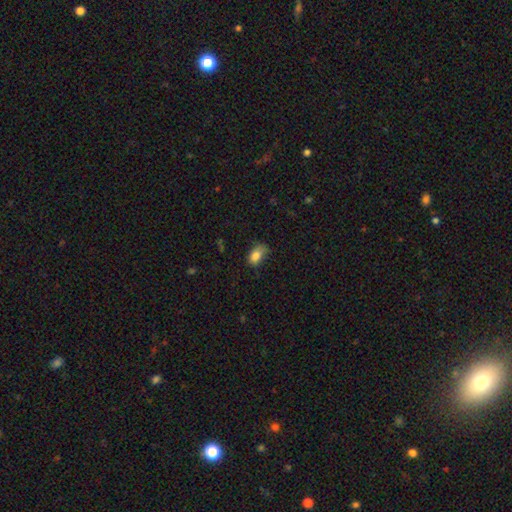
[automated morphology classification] smooth_or_featured: smooth (p=0.83) [alt: star or artifact p=0.09]
how_rounded: in between (p=0.86) [alt: round p=0.11]
merging: none (p=0.52) [alt: minor disturbance p=0.35]